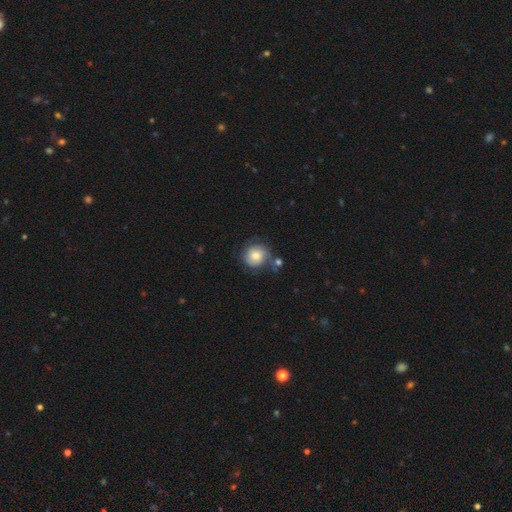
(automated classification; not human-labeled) This is possibly a smooth galaxy (59%). How rounded: clearly round (86%). Merging: likely none (61%).